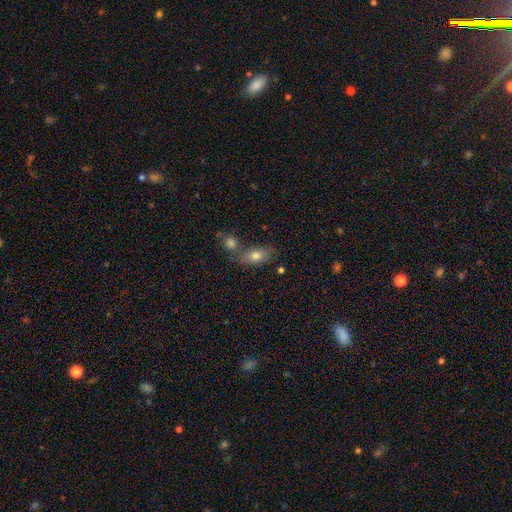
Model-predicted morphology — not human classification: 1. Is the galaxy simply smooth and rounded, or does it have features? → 76% smooth, 15% featured or disk, 9% star or artifact.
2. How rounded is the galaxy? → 83% in between, 9% round, 8% cigar-shaped.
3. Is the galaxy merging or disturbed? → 52% none, 30% merger, 13% minor disturbance, 5% major disturbance.